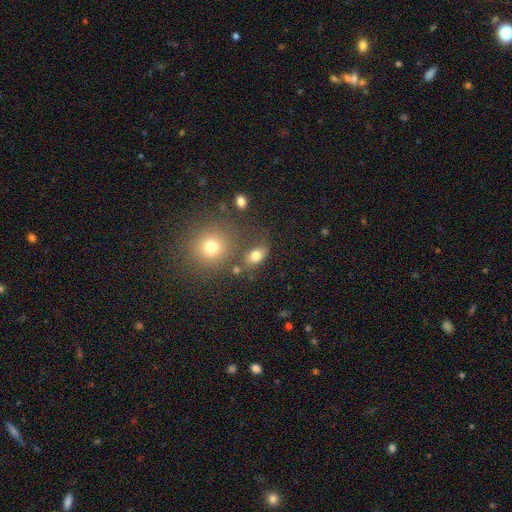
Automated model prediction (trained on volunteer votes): Smooth or featured: smooth — 76% (star or artifact — 13%)
How rounded: in between — 78% (round — 19%)
Merging: none — 65% (minor disturbance — 16%)